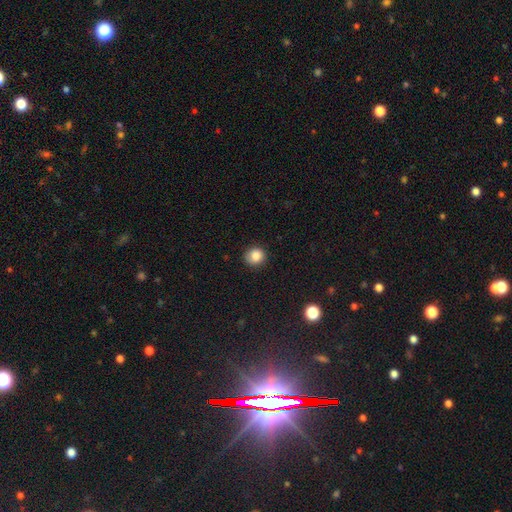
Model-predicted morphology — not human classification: Overall: smooth (84%). How rounded: round (86%). Merging: none (83%).